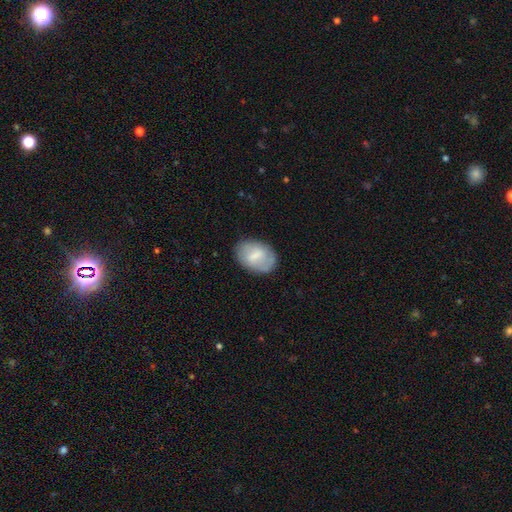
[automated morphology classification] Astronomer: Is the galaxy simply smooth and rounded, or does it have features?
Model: smooth — 63%.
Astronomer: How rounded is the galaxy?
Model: in between — 83%.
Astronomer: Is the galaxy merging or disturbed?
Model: none — 78%.